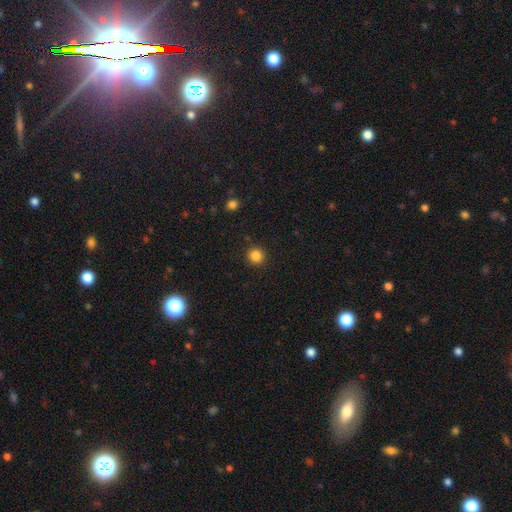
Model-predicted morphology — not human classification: Smooth or featured? Predicted: smooth (p=0.85). How rounded? Predicted: round (p=0.94). Merging? Predicted: none (p=0.92).